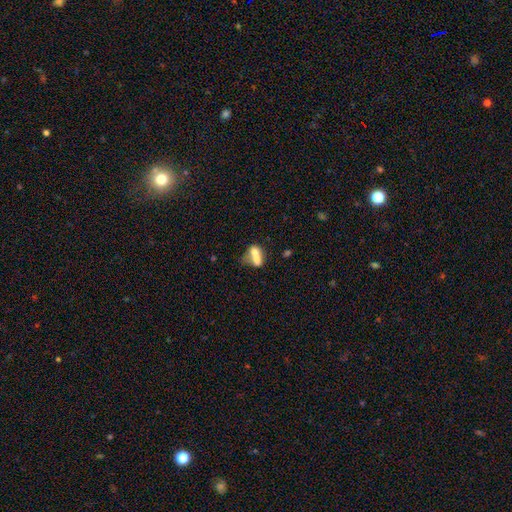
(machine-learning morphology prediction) Overall: smooth (62%; featured or disk 29%). How rounded: in between (60%; round 37%). Merging: merger (74%).